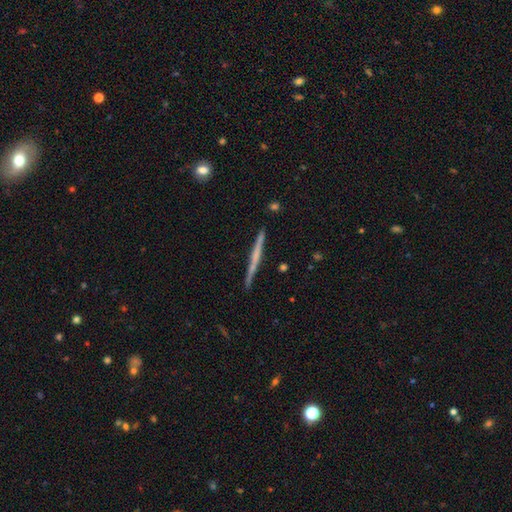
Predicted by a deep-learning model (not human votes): smooth-or-featured: featured or disk: 61% | smooth: 34% | star or artifact: 5%
  disk-edge-on: yes: 98% | no: 2%
    edge-on-bulge: none: 78% | rounded: 15% | boxy: 7%
  merging: none: 91% | minor disturbance: 7% | merger: 1% | major disturbance: 1%